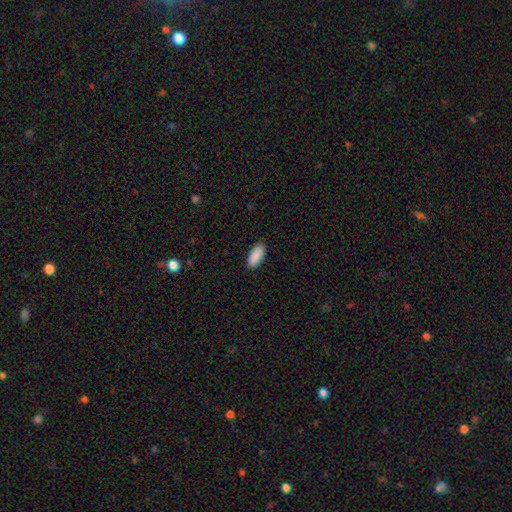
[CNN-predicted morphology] Smooth or featured? smooth (91%)
How rounded? in between (84%)
Merging? none (90%)